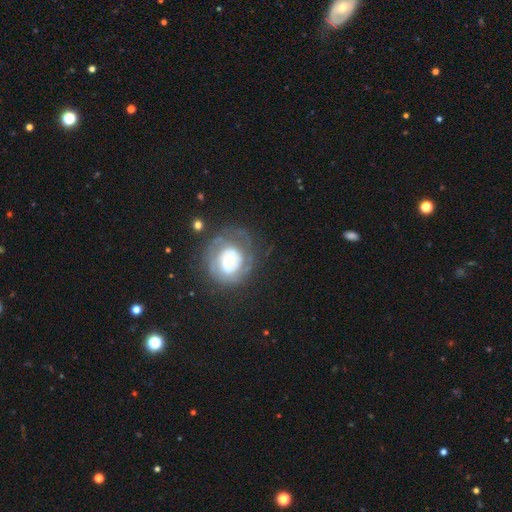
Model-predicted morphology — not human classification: Overall: smooth (39%, tied with featured or disk). Merging: none (71%).